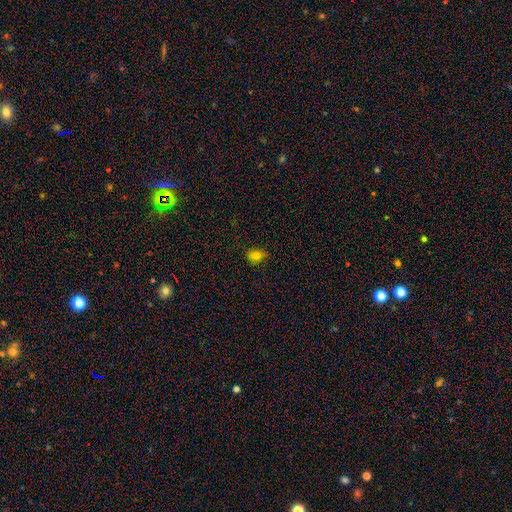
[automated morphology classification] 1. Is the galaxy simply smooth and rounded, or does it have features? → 79% smooth, 14% star or artifact, 7% featured or disk.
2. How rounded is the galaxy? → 50% in between, 48% round, 1% cigar-shaped.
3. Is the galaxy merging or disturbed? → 74% none, 21% minor disturbance, 4% major disturbance, 1% merger.